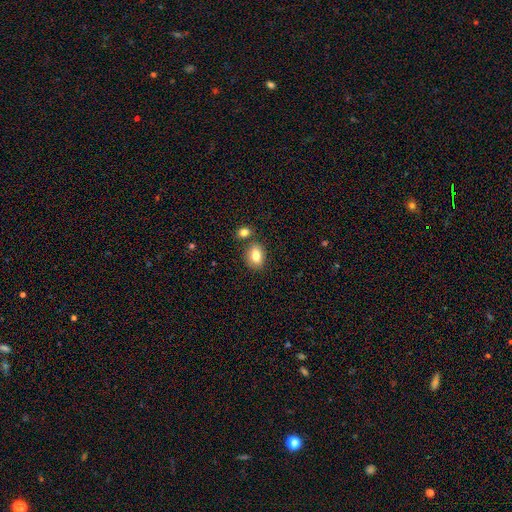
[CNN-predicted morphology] The model was most divided on "how rounded": in between: 77%, round: 21%, cigar-shaped: 1%. More confident: smooth or featured — smooth (81%); merging — none (72%).